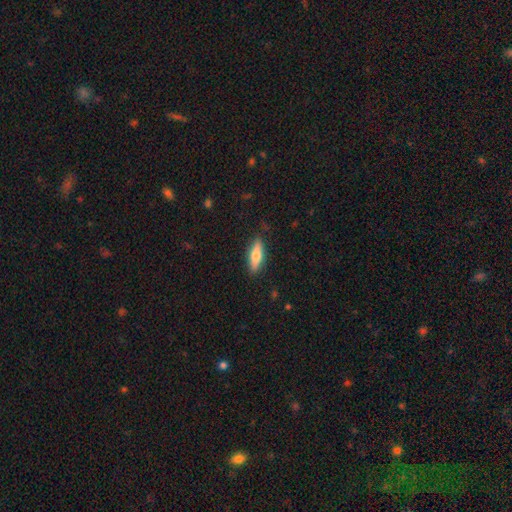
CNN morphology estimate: Smooth or featured: smooth — 65% (featured or disk — 29%)
How rounded: cigar-shaped — 49% (tied with in between — 49%)
Merging: none — 86% (minor disturbance — 11%)